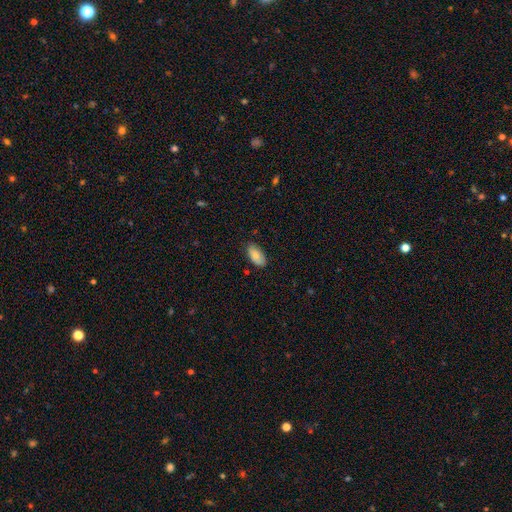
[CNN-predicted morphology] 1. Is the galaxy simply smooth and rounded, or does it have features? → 83% smooth, 11% featured or disk, 7% star or artifact.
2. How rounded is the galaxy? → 94% in between, 4% cigar-shaped, 2% round.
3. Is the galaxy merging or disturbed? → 81% none, 15% minor disturbance, 2% major disturbance, 1% merger.